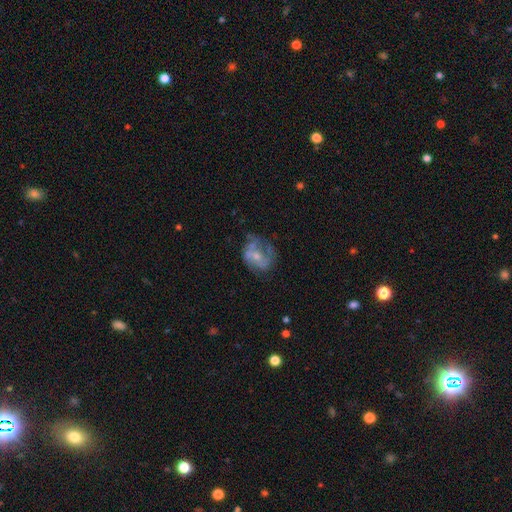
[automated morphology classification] Overall: featured or disk (68%). Edge-on disk: no (98%). Bar: no (60%; weak 33%). Spiral arms: yes (66%; no 34%). Bulge size: small (48%; moderate 43%). Merging: none (46%; minor disturbance 25%).